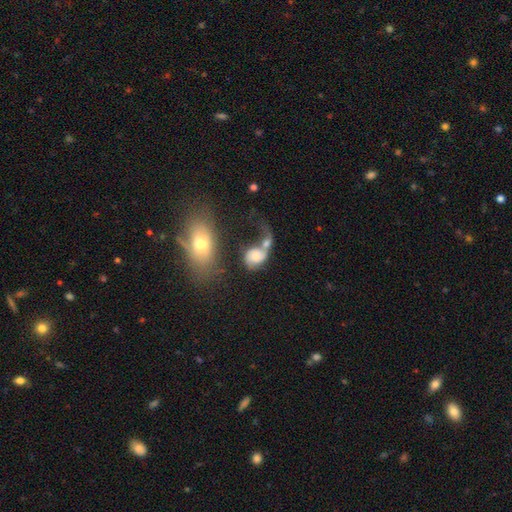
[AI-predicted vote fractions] Q: Smooth or featured?
A: smooth (57%); runner-up: featured or disk (34%)
Q: How rounded?
A: in between (53%); runner-up: round (45%)
Q: Merging?
A: merger (53%); runner-up: major disturbance (21%)